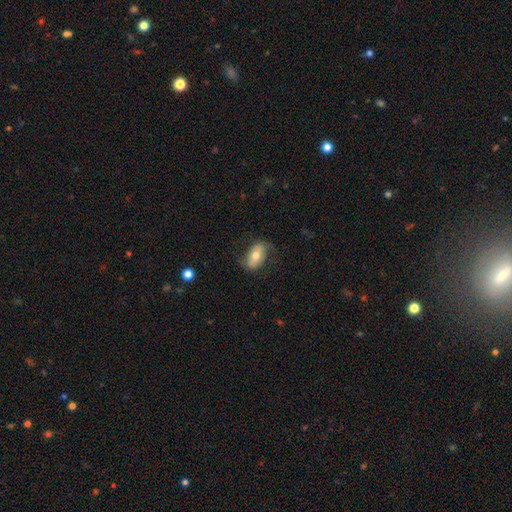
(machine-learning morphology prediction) Smooth or featured: smooth — 57% (featured or disk — 37%)
How rounded: in between — 90% (round — 7%)
Merging: none — 70% (minor disturbance — 20%)